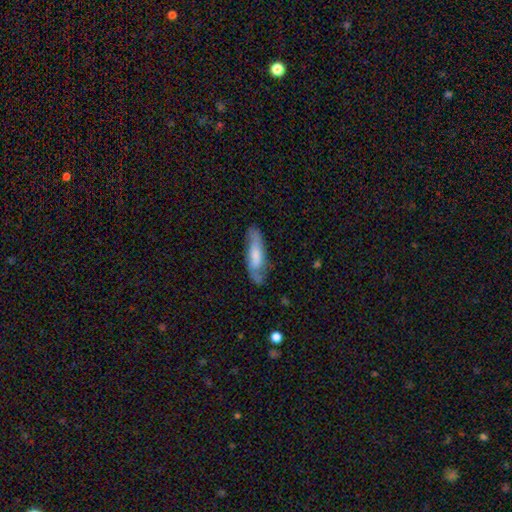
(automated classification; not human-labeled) smooth-or-featured: smooth: 58% | featured or disk: 36% | star or artifact: 6%
  how-rounded: cigar-shaped: 57% | in between: 41% | round: 2%
  merging: none: 65% | minor disturbance: 24% | major disturbance: 8% | merger: 2%